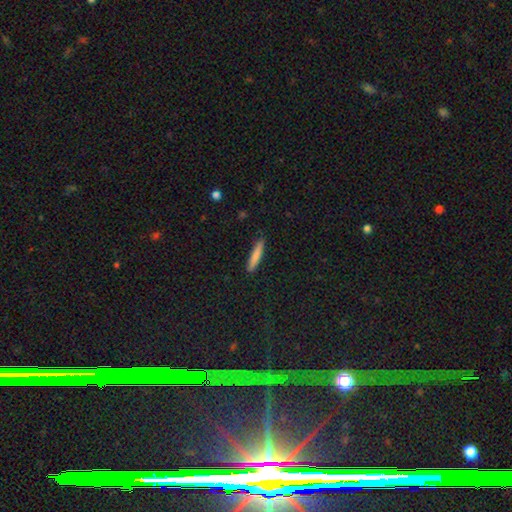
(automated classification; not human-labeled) Smooth or featured? Predicted: smooth (p=0.80). How rounded? Predicted: cigar-shaped (p=0.92). Merging? Predicted: none (p=0.88).